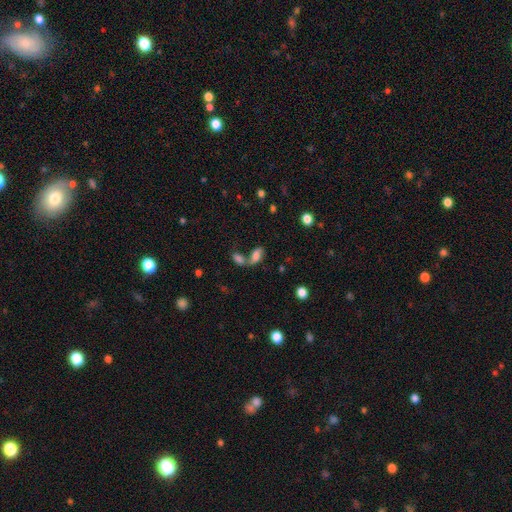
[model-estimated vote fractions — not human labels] Q: Smooth or featured?
A: smooth (65%); runner-up: featured or disk (21%)
Q: How rounded?
A: in between (85%); runner-up: round (8%)
Q: Merging?
A: merger (55%); runner-up: none (27%)